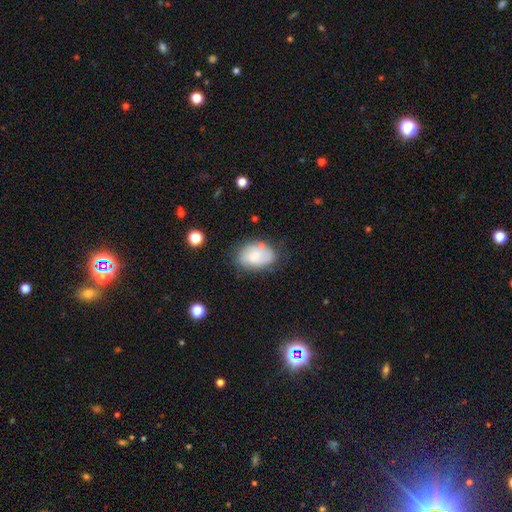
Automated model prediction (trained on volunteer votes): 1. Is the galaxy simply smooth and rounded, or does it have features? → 66% smooth, 26% featured or disk, 8% star or artifact.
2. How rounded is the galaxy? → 83% in between, 15% round, 1% cigar-shaped.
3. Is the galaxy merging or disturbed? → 63% none, 25% minor disturbance, 8% major disturbance, 5% merger.